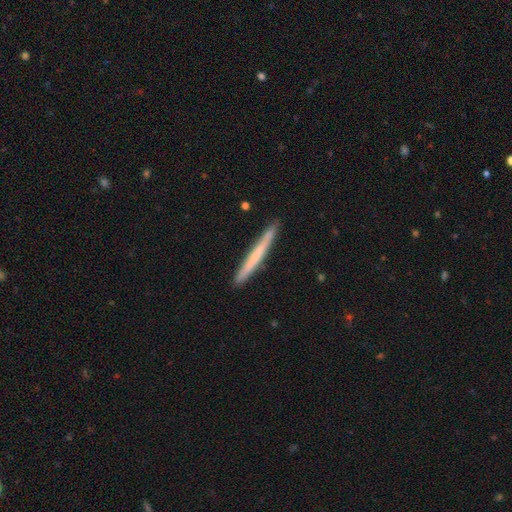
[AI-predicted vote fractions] This is possibly a smooth galaxy (55%). How rounded: clearly cigar-shaped (97%). Merging: clearly none (91%).